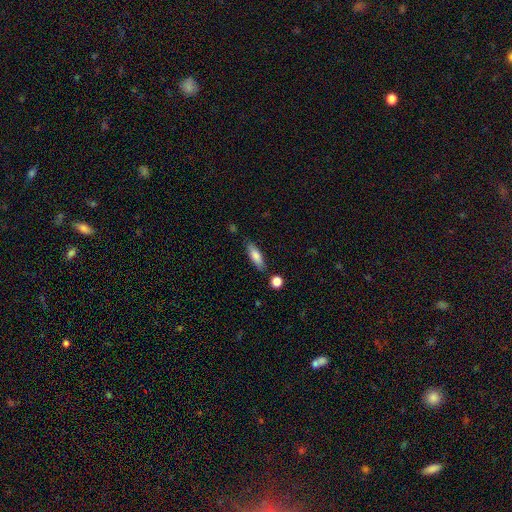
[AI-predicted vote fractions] Smooth or featured? Predicted: smooth (p=0.78). How rounded? Predicted: in between (p=0.51). Merging? Predicted: none (p=0.79).